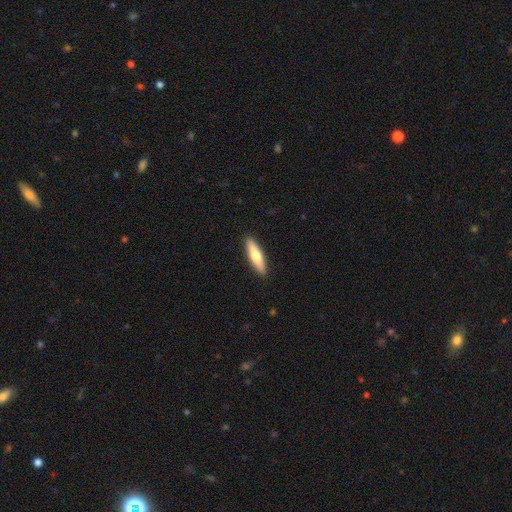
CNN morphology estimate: smooth-or-featured: smooth: 61% | featured or disk: 34% | star or artifact: 5%
  how-rounded: cigar-shaped: 74% | in between: 24% | round: 2%
  merging: none: 91% | minor disturbance: 7% | major disturbance: 1% | merger: 1%